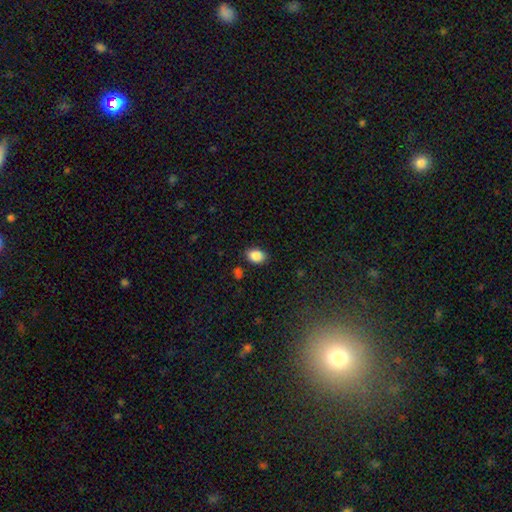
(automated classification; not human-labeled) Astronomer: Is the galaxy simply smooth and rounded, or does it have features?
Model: smooth — 88%.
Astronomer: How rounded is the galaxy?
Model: in between — 80%.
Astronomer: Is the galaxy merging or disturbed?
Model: none — 84%.